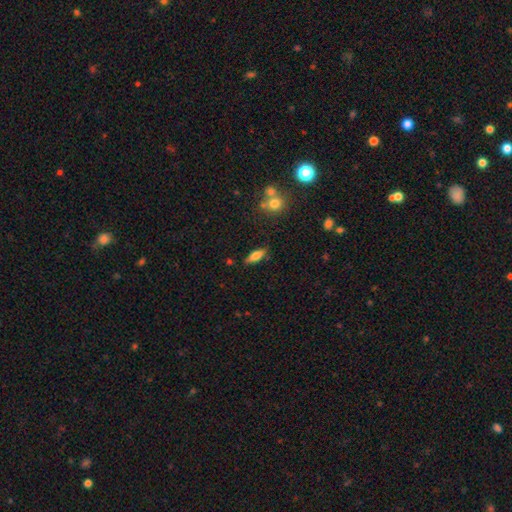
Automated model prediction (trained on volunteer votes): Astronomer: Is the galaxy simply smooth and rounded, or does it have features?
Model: smooth — 72%.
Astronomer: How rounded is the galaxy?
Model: in between — 60% (runner-up: cigar-shaped, 37%).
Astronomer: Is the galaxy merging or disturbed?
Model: none — 79%.